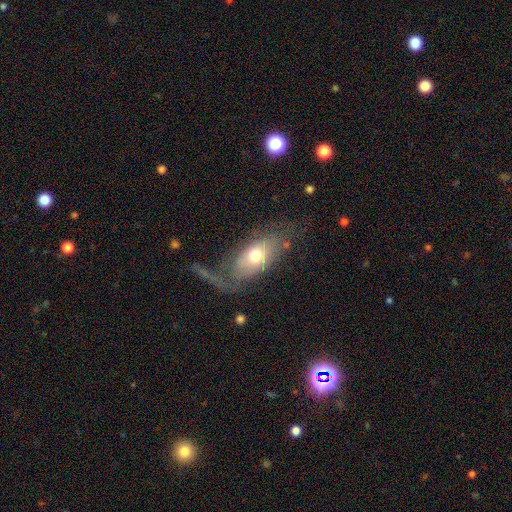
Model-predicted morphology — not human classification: This appears to be a smooth galaxy with no disk features (55%) that is in between round and cigar-shaped (86%). Merging: none (41%).